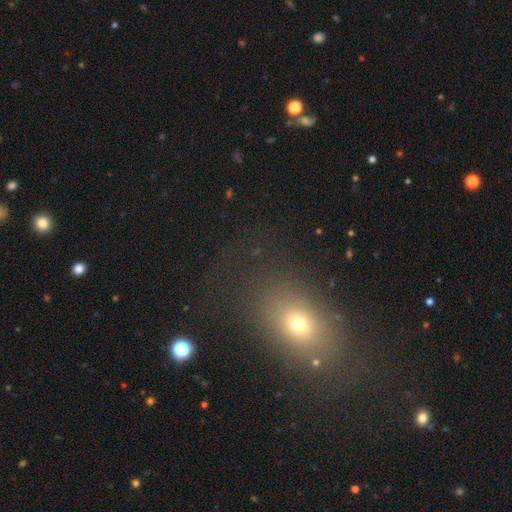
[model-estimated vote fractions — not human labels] smooth 60%, star or artifact 29%, featured or disk 11%. Down the decision tree: how rounded — in between (66%); merging — none (81%).